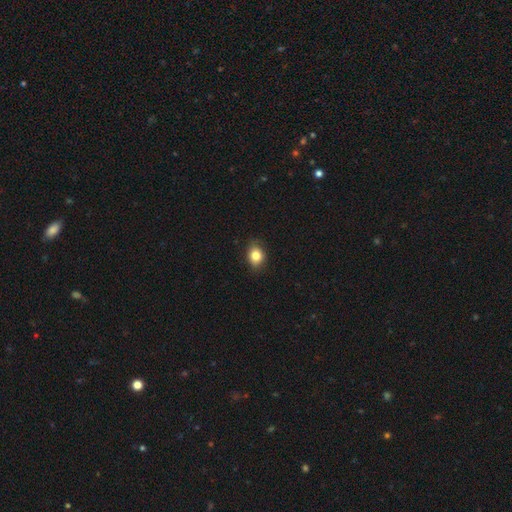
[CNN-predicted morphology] This appears to be a smooth galaxy with no disk features (82%) that is in between round and cigar-shaped (54%). Merging: none (82%).